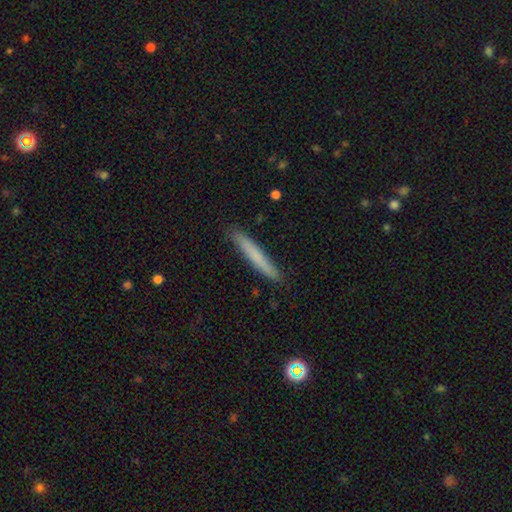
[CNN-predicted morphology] Smooth or featured: smooth — 70% (featured or disk — 24%)
How rounded: cigar-shaped — 96% (in between — 3%)
Merging: none — 90% (minor disturbance — 7%)